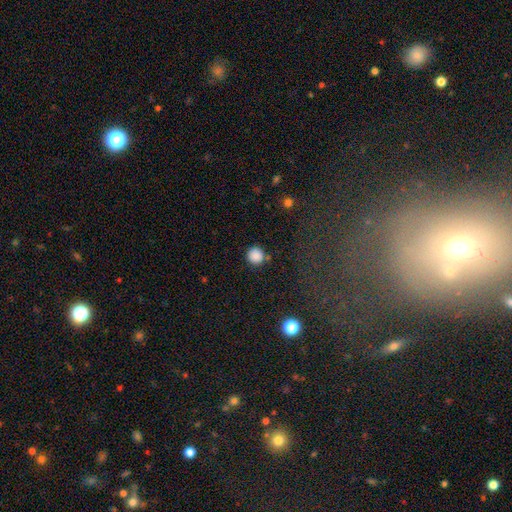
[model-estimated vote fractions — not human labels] This is clearly a smooth galaxy (86%). How rounded: clearly round (94%). Merging: clearly none (85%).